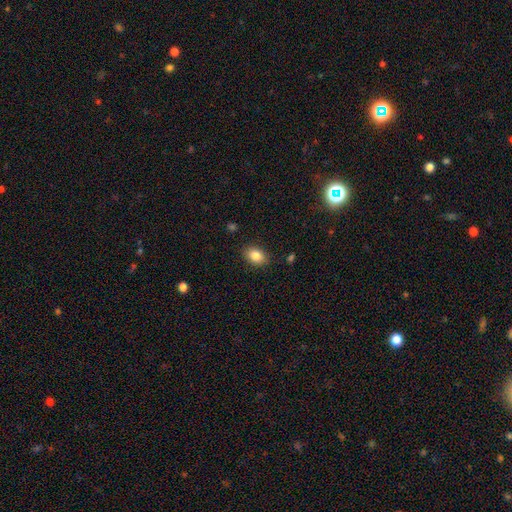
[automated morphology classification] Smooth or featured? smooth (84%)
How rounded? in between (79%)
Merging? none (88%)